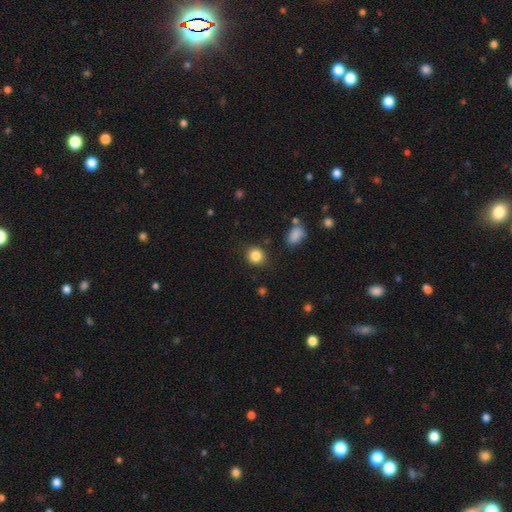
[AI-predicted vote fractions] Smooth or featured: smooth — 85% (star or artifact — 10%)
How rounded: round — 77% (in between — 22%)
Merging: none — 84% (minor disturbance — 10%)